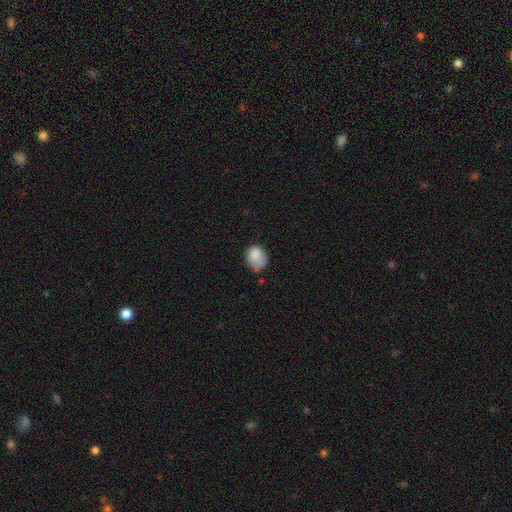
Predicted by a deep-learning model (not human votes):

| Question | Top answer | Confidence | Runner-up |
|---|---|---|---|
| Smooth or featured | smooth | 84% | star or artifact (9%) |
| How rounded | round | 50% | in between (49%) |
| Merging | none | 51% | minor disturbance (35%) |